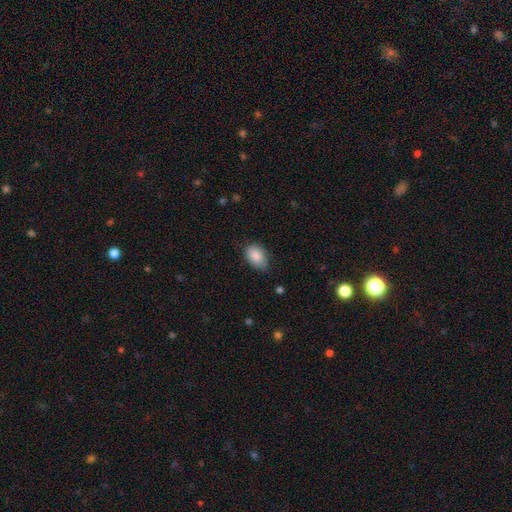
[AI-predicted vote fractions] This appears to be a smooth galaxy with no disk features (88%) that is in between round and cigar-shaped (88%). Merging: none (74%).